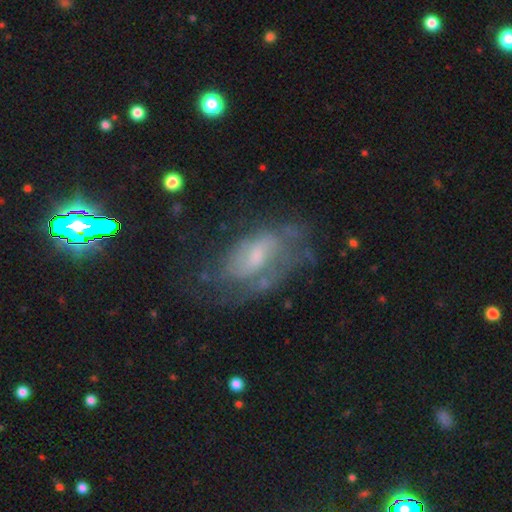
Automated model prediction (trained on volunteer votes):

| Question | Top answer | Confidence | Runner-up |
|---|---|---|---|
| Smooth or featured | featured or disk | 66% | smooth (25%) |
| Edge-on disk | no | 94% | yes (6%) |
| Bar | weak | 46% | no (45%) |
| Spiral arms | yes | 71% | no (29%) |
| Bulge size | small | 45% | moderate (38%) |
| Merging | none | 49% | minor disturbance (25%) |